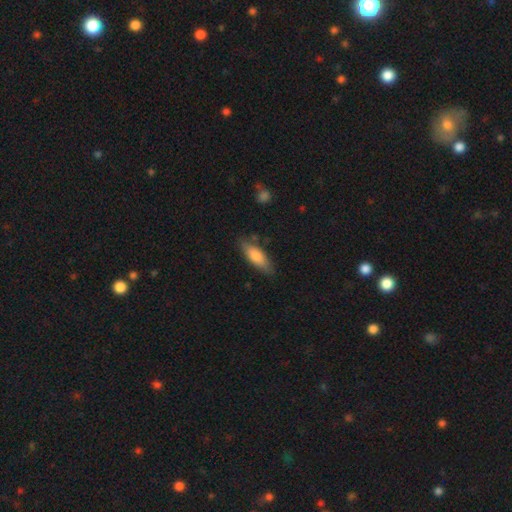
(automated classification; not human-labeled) smooth-or-featured: smooth: 77% | featured or disk: 18% | star or artifact: 6%
  how-rounded: in between: 59% | cigar-shaped: 39% | round: 2%
  merging: none: 78% | minor disturbance: 17% | major disturbance: 3% | merger: 2%